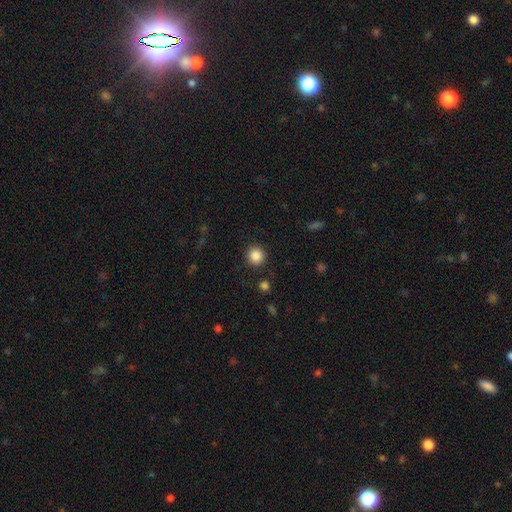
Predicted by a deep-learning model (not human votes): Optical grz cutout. It shows a smooth galaxy with no disk features (86%) that is round (93%). Merging: none (90%).